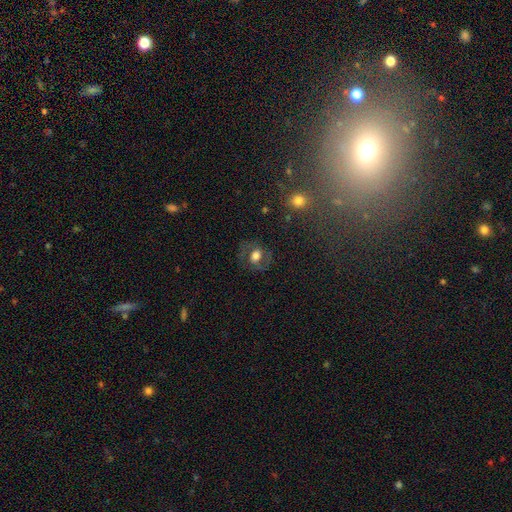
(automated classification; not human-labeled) Smooth or featured? smooth (48%)
Merging? none (75%)